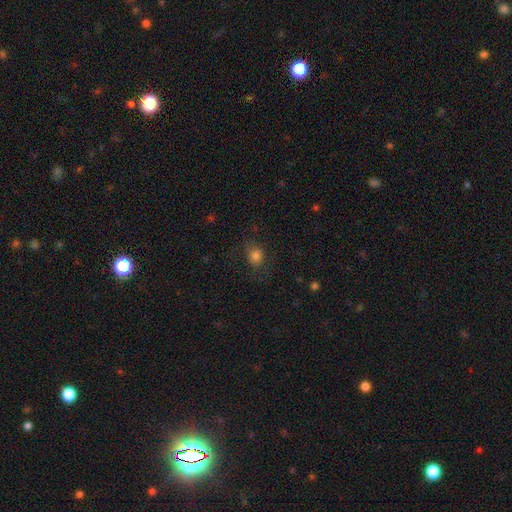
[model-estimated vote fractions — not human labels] smooth-or-featured: smooth: 80% | star or artifact: 12% | featured or disk: 7%
  how-rounded: round: 60% | in between: 39% | cigar-shaped: 1%
  merging: none: 74% | minor disturbance: 17% | major disturbance: 8% | merger: 1%